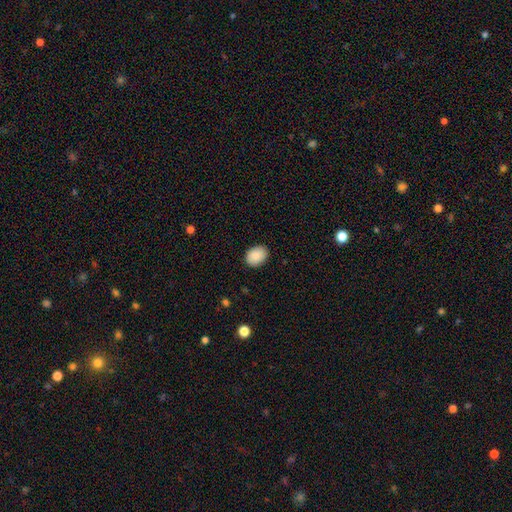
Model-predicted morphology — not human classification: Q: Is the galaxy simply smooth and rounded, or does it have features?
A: smooth — 89%.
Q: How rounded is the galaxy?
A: in between — 62%.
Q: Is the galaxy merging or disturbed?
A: none — 88%.